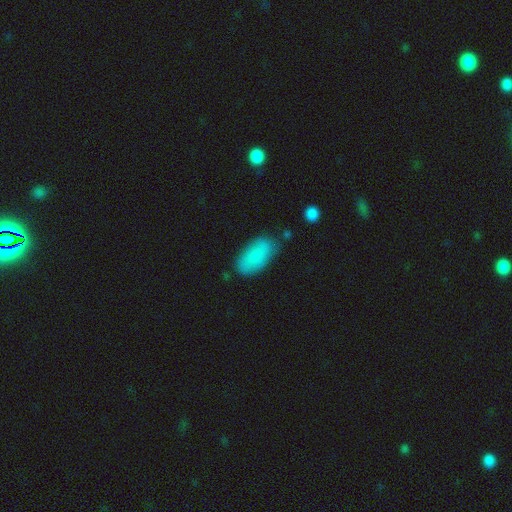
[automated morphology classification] Smooth or featured?
  - smooth: 84% *
  - featured or disk: 9%
  - star or artifact: 7%
How rounded?
  - in between: 92% *
  - cigar-shaped: 6%
  - round: 3%
Merging?
  - none: 71% *
  - minor disturbance: 21%
  - major disturbance: 5%
  - merger: 4%